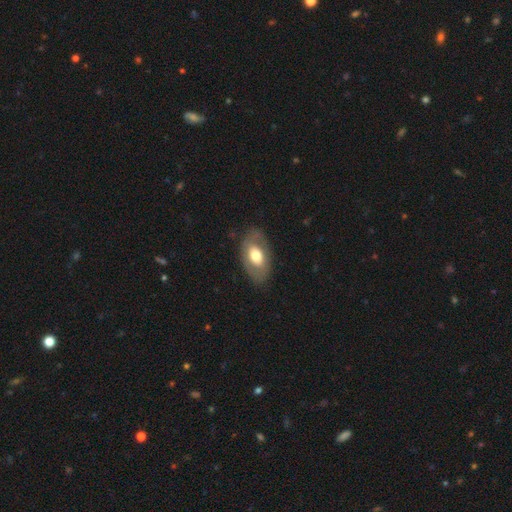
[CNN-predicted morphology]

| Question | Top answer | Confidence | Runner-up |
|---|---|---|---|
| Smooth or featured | smooth | 55% | featured or disk (39%) |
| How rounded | in between | 89% | round (9%) |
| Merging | none | 77% | minor disturbance (15%) |